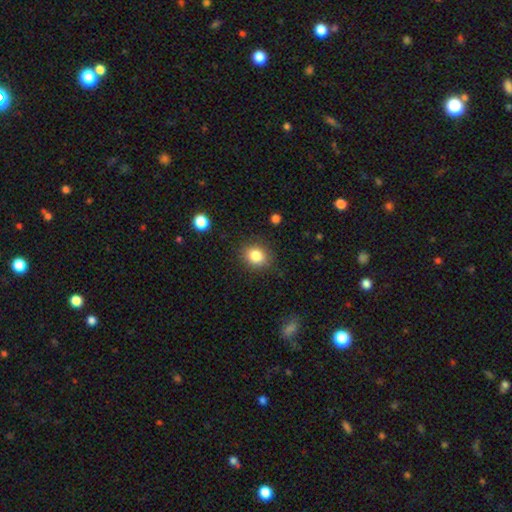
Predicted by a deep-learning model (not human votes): The model was most divided on "how rounded": round: 65%, in between: 34%, cigar-shaped: 1%. More confident: merging — none (86%); smooth or featured — smooth (84%).